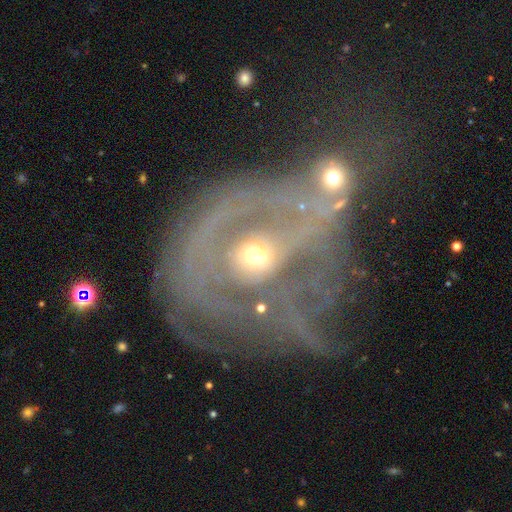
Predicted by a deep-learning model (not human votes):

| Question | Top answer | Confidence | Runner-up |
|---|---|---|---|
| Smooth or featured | featured or disk | 78% | smooth (13%) |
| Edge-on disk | no | 96% | yes (4%) |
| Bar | no | 68% | weak (21%) |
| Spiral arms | yes | 65% | no (35%) |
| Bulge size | moderate | 53% | small (37%) |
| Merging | major disturbance | 35% | merger (26%) |